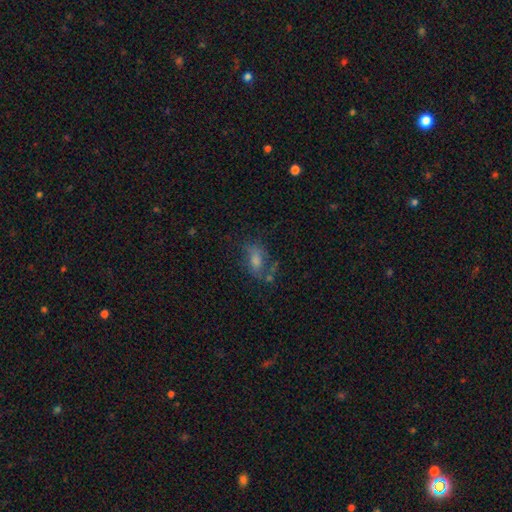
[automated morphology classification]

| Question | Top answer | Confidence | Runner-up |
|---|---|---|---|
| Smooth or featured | featured or disk | 46% | smooth (32%) |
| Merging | none | 57% | minor disturbance (19%) |